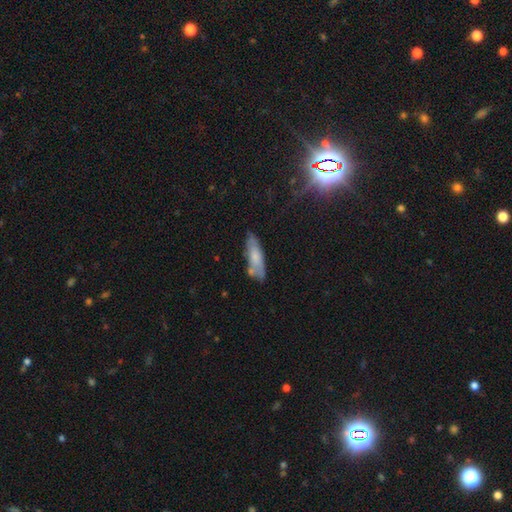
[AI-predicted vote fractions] smooth-or-featured: smooth: 62% | featured or disk: 28% | star or artifact: 10%
  how-rounded: cigar-shaped: 53% | in between: 45% | round: 2%
  merging: none: 66% | minor disturbance: 21% | merger: 7% | major disturbance: 5%